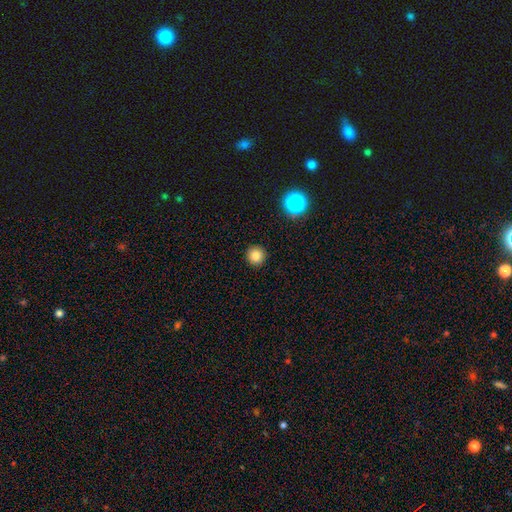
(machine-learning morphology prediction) Q: Smooth or featured?
A: smooth (82%); runner-up: star or artifact (12%)
Q: How rounded?
A: round (95%); runner-up: in between (4%)
Q: Merging?
A: none (92%); runner-up: minor disturbance (5%)